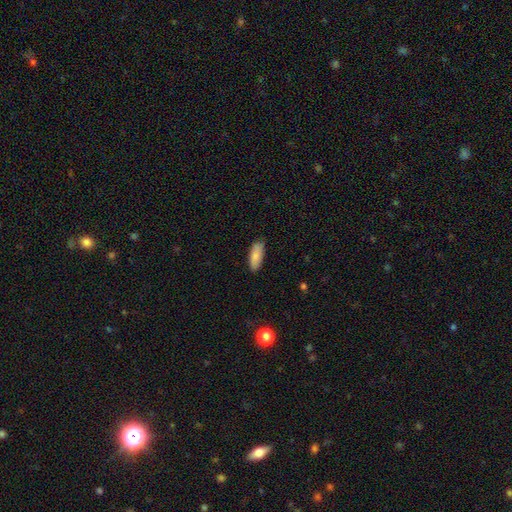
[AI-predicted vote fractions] Overall: smooth (84%). How rounded: in between (71%). Merging: none (84%).